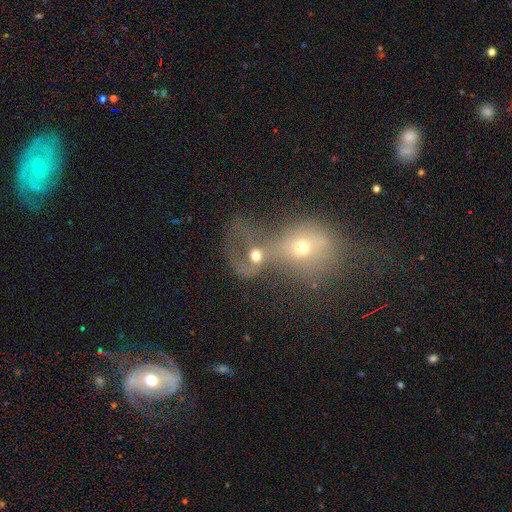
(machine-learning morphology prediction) The model was most divided on "smooth or featured": smooth: 48%, featured or disk: 36%, star or artifact: 16%. More confident: merging — merger (78%).